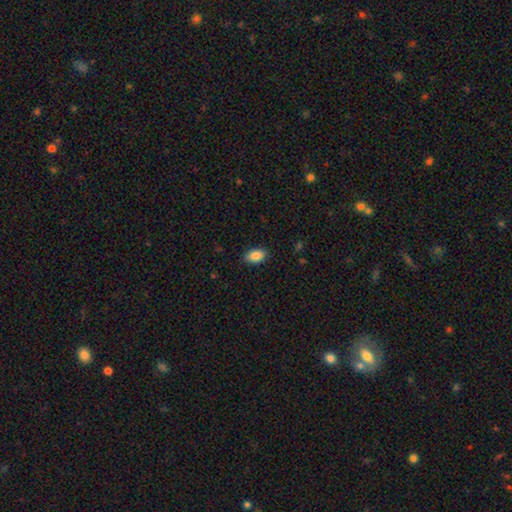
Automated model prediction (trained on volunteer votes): Smooth or featured: smooth — 88% (star or artifact — 7%)
How rounded: in between — 91% (round — 7%)
Merging: none — 87% (minor disturbance — 10%)